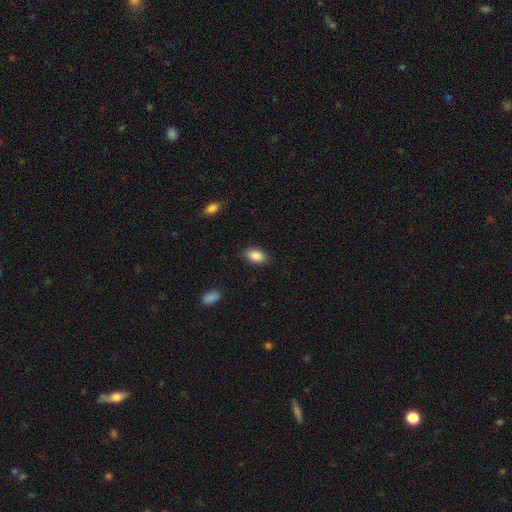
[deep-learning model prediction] Smooth or featured: smooth — 89% (star or artifact — 7%)
How rounded: in between — 91% (round — 7%)
Merging: none — 83% (minor disturbance — 12%)